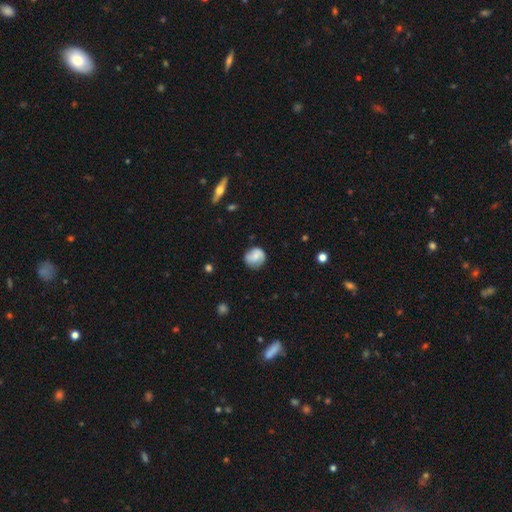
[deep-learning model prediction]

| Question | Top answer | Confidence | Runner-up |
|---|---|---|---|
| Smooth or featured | smooth | 63% | featured or disk (29%) |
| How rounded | round | 83% | in between (16%) |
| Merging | none | 72% | minor disturbance (20%) |